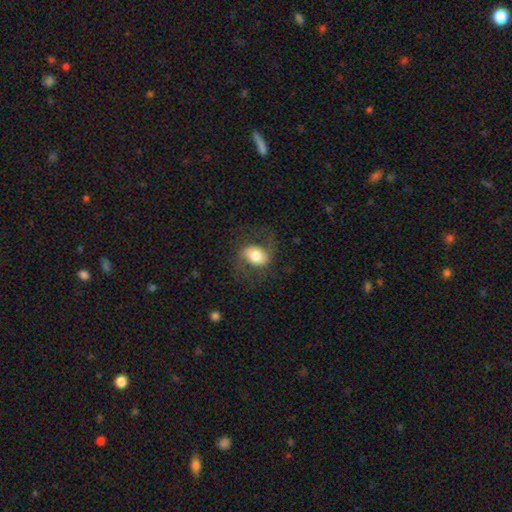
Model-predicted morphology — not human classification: Smooth or featured? Predicted: smooth (p=0.54). How rounded? Predicted: in between (p=0.73). Merging? Predicted: none (p=0.65).